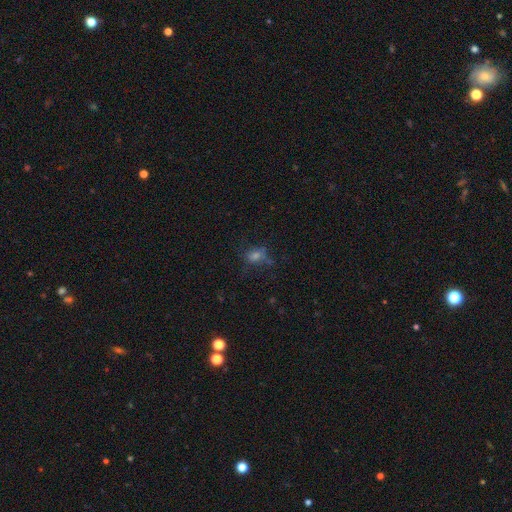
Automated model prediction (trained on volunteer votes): The model was most divided on "how rounded" (2-way tie): round: 49%, in between: 49%, cigar-shaped: 3%. More confident: merging — none (59%); smooth or featured — smooth (53%).